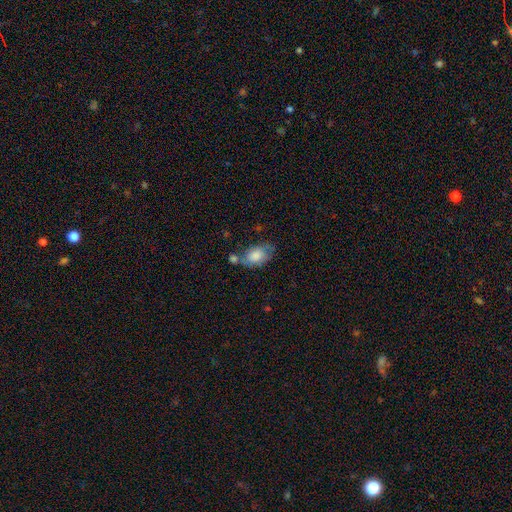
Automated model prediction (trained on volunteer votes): A smooth galaxy with no disk features (79%) that is in between round and cigar-shaped (89%).

Vote fractions:
- Smooth or featured? smooth: 79% / featured or disk: 14% / star or artifact: 7%
- How rounded? in between: 89% / round: 9% / cigar-shaped: 2%
- Merging? none: 42% / minor disturbance: 25% / merger: 23% / major disturbance: 10%